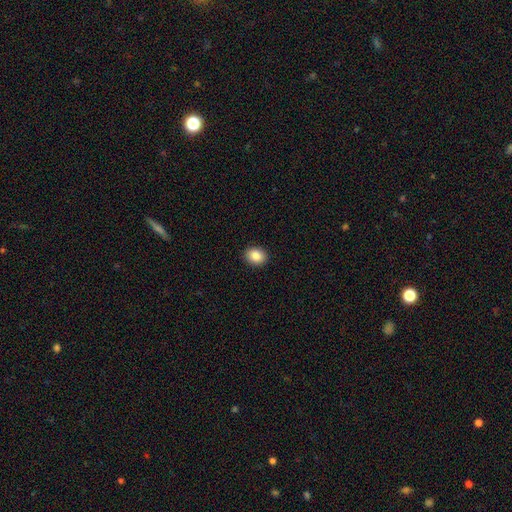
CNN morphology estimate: This is clearly a smooth galaxy (87%). How rounded: possibly round (54%). Merging: clearly none (92%).